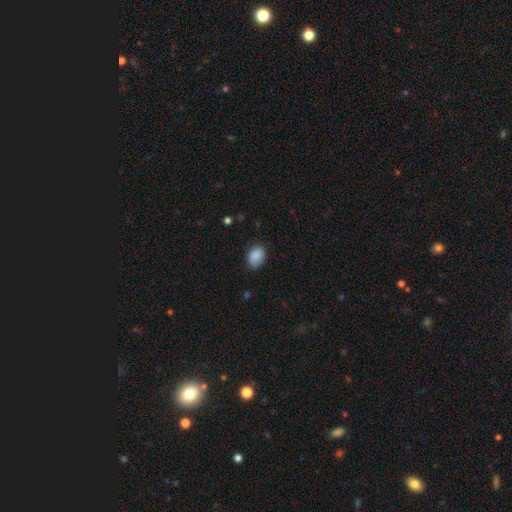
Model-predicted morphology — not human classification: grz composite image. It shows a smooth galaxy with no disk features (88%) that is in between round and cigar-shaped (79%). Merging: none (74%).